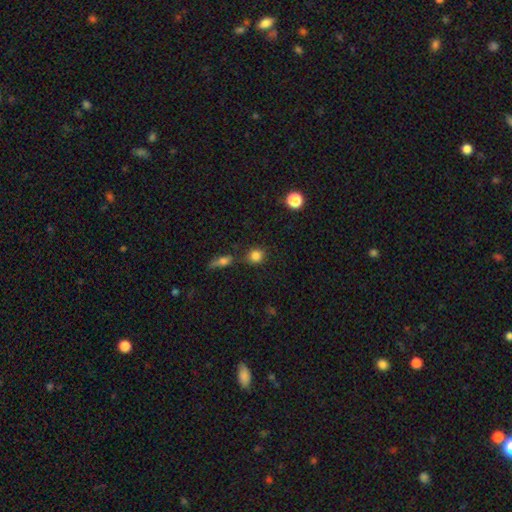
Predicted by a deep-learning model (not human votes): Overall: smooth (83%). How rounded: round (83%). Merging: none (77%).